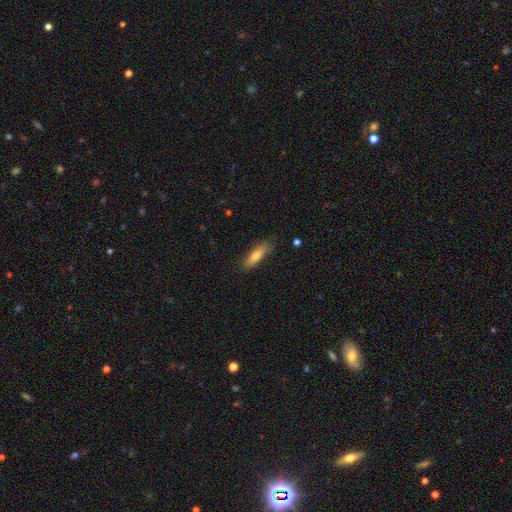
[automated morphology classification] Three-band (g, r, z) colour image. It shows a smooth galaxy with no disk features (76%) that is cigar-shaped (55%). Merging: none (79%).